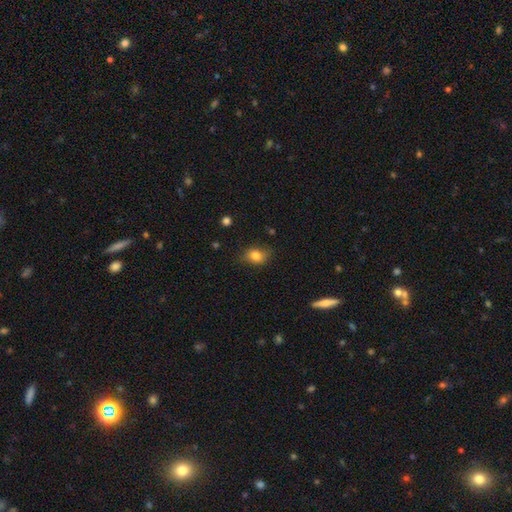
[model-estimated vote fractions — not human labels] Smooth or featured? Predicted: smooth (p=0.80). How rounded? Predicted: in between (p=0.57). Merging? Predicted: none (p=0.75).